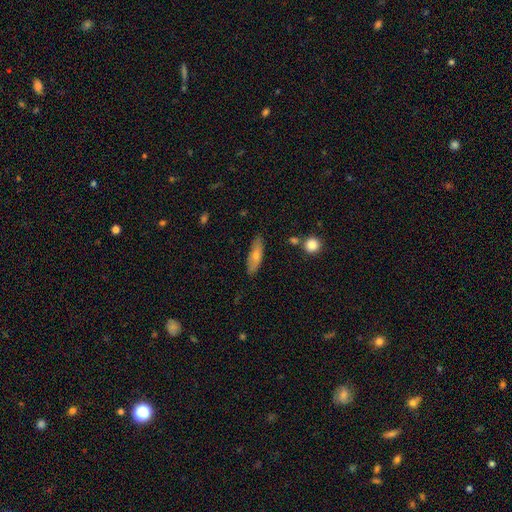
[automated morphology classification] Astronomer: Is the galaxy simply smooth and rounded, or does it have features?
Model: smooth — 57% (runner-up: featured or disk, 35%).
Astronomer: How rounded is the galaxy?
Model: cigar-shaped — 56% (runner-up: in between, 41%).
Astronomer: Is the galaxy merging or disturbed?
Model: none — 82%.